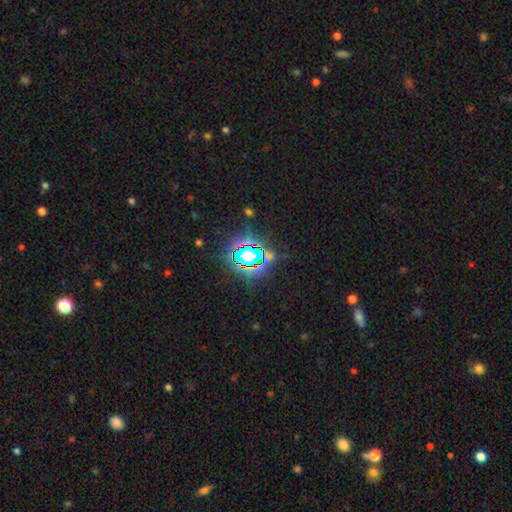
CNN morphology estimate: A star or artifact, not a galaxy (79%).

Vote fractions:
- Smooth or featured? star or artifact: 79% / smooth: 12% / featured or disk: 9%